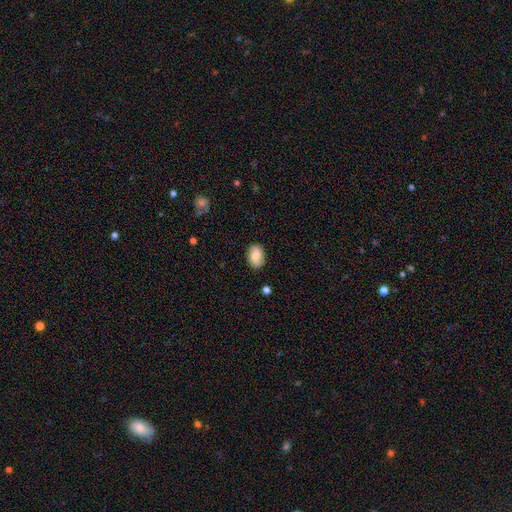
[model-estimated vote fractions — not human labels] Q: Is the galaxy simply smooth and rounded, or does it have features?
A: smooth — 79%.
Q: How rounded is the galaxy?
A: in between — 85%.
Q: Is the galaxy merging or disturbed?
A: none — 86%.